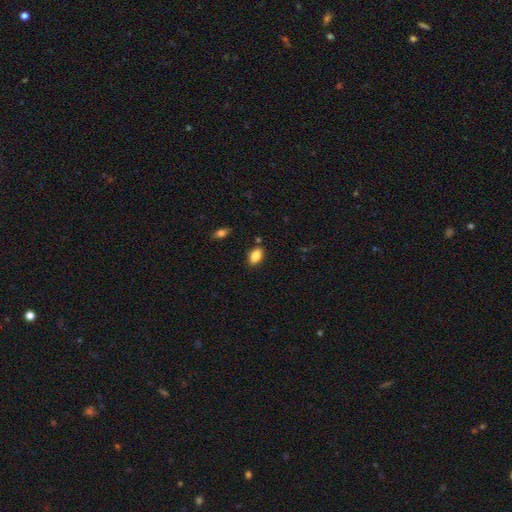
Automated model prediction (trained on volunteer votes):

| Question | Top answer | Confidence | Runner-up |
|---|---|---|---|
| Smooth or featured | smooth | 85% | star or artifact (8%) |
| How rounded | in between | 90% | round (7%) |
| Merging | none | 84% | minor disturbance (11%) |